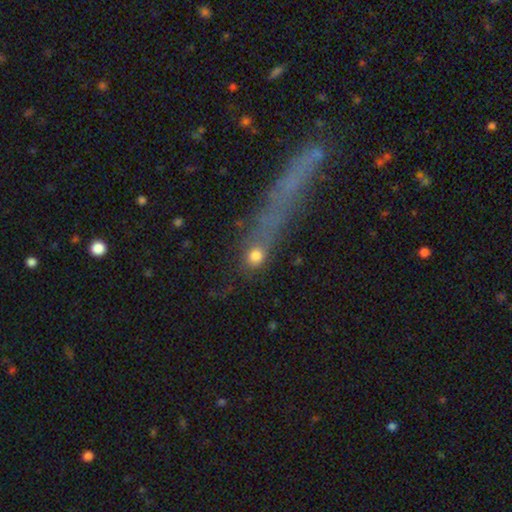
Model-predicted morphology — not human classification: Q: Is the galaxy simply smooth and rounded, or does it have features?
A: smooth — 64%.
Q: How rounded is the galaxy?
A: round — 55%.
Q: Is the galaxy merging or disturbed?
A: none — 41%.